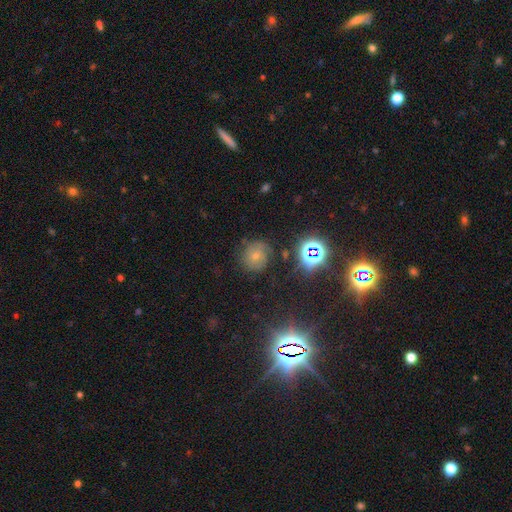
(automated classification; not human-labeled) This is possibly a smooth galaxy (50%). How rounded: clearly round (84%). Merging: likely none (73%).